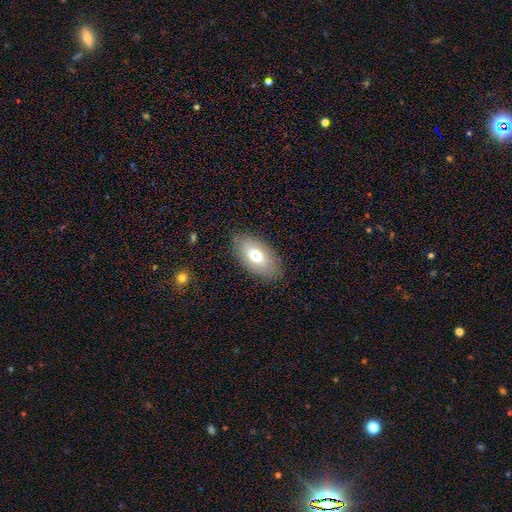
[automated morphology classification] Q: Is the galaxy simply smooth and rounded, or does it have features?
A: smooth — 69%.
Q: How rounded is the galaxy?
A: in between — 92%.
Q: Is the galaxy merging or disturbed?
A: none — 85%.